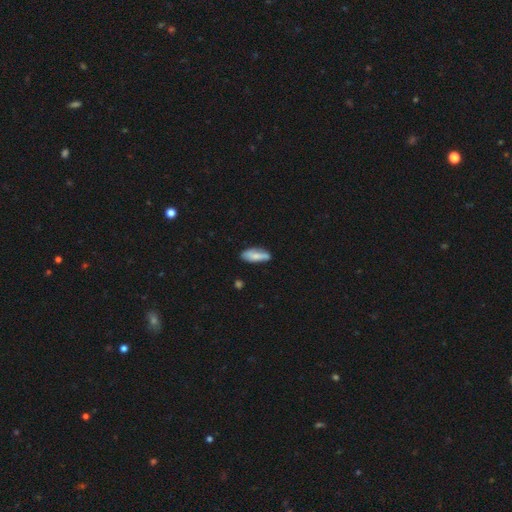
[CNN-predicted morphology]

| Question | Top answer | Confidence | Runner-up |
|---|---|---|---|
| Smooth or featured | smooth | 71% | featured or disk (23%) |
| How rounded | in between | 65% | cigar-shaped (33%) |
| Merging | none | 71% | minor disturbance (22%) |